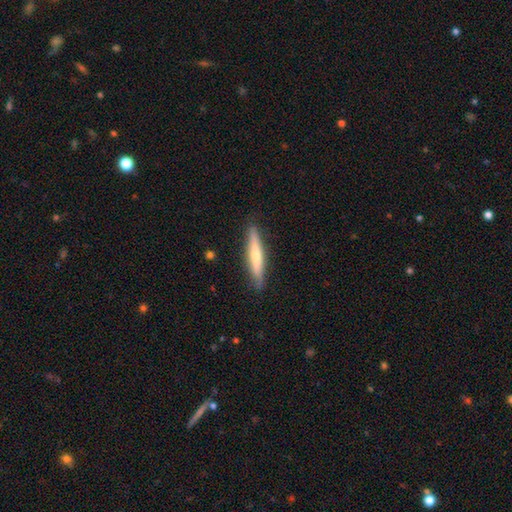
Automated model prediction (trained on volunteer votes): Smooth or featured: featured or disk — 49% (smooth — 44%)
Merging: none — 89% (minor disturbance — 8%)